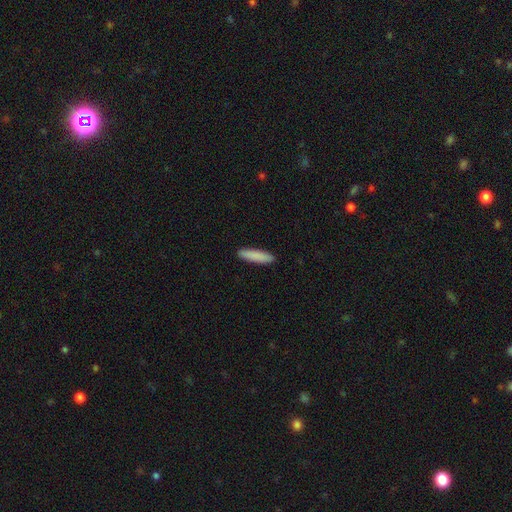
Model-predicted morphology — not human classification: This is clearly a smooth galaxy (88%). How rounded: clearly cigar-shaped (82%). Merging: clearly none (91%).